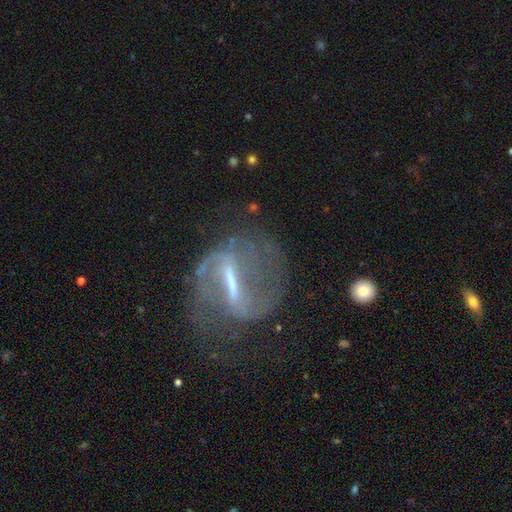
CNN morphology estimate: Smooth or featured?
  - featured or disk: 83% *
  - star or artifact: 9%
  - smooth: 8%
Edge-on disk?
  - no: 90% *
  - yes: 10%
Bar?
  - strong: 71% *
  - weak: 24%
  - no: 5%
Spiral arms?
  - yes: 88% *
  - no: 12%
Spiral winding?
  - medium: 46% *
  - loose: 31%
  - tight: 23%
Spiral arm count?
  - 2: 77% *
  - can't tell: 12%
  - 1: 4%
  - 3: 3%
  - 4: 2%
  - more than 4: 2%
Bulge size?
  - small: 41% *
  - moderate: 30%
  - none: 22%
  - large: 6%
  - dominant: 1%
Merging?
  - none: 63% *
  - minor disturbance: 18%
  - major disturbance: 16%
  - merger: 2%